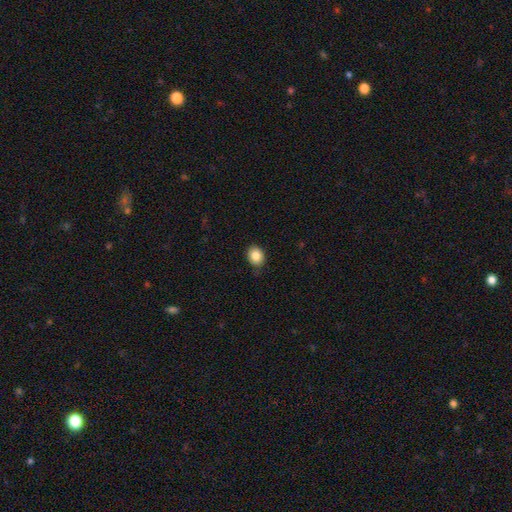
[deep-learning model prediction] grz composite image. It shows a smooth galaxy with no disk features (85%) that is round (54%). Merging: none (82%).